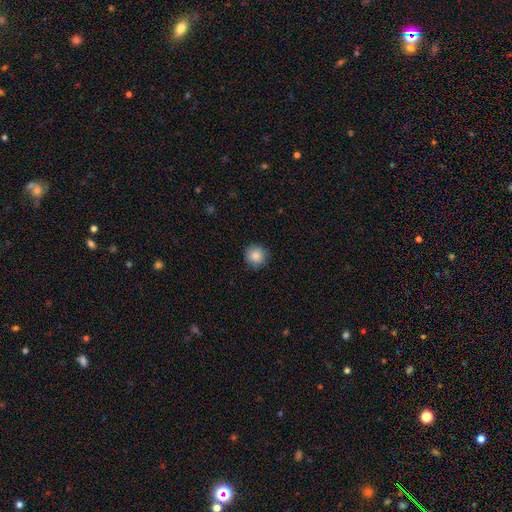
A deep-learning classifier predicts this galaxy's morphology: Smooth or featured: smooth — 86% (star or artifact — 9%)
How rounded: round — 94% (in between — 5%)
Merging: none — 89% (minor disturbance — 8%)